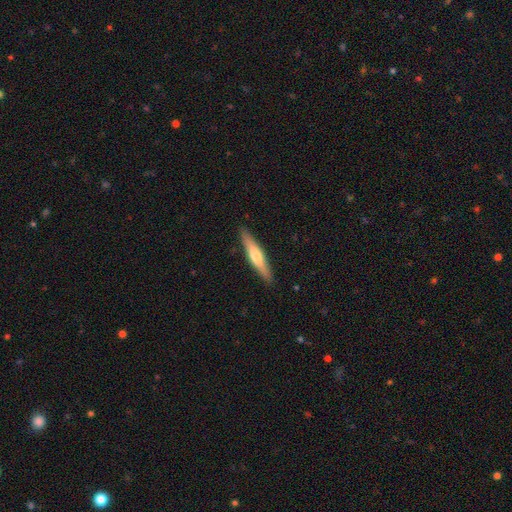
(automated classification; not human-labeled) Smooth or featured: featured or disk — 48% (smooth — 46%)
Merging: none — 90% (minor disturbance — 7%)